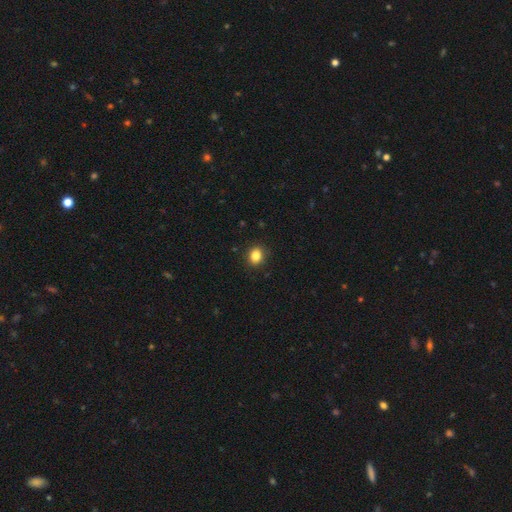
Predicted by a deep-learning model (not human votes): smooth 85%, star or artifact 10%, featured or disk 5%. Down the decision tree: how rounded — round (57%); merging — none (89%).